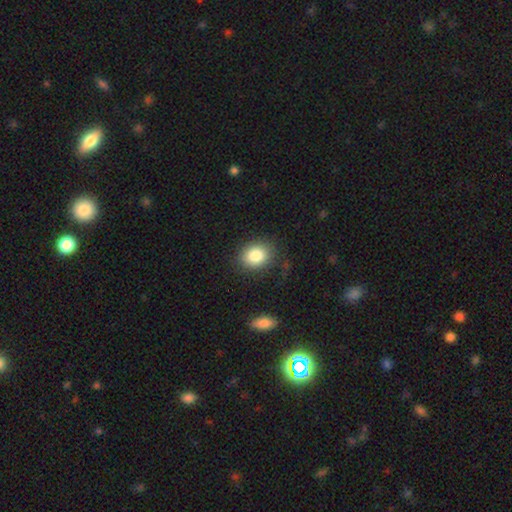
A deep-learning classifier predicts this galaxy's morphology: Smooth or featured? smooth (84%)
How rounded? round (53%)
Merging? none (83%)